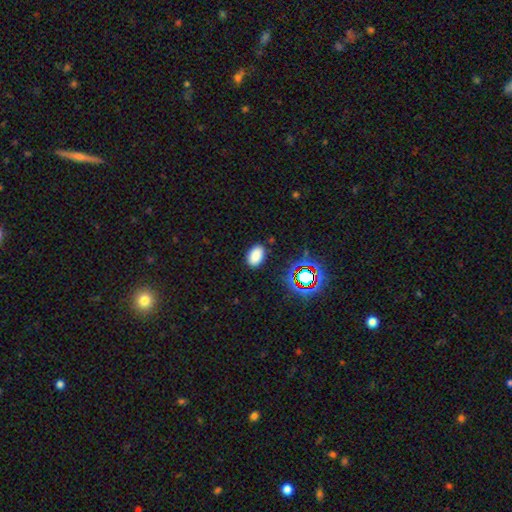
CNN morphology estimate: A smooth galaxy with no disk features (80%) that is in between round and cigar-shaped (89%). Merging: none (86%).